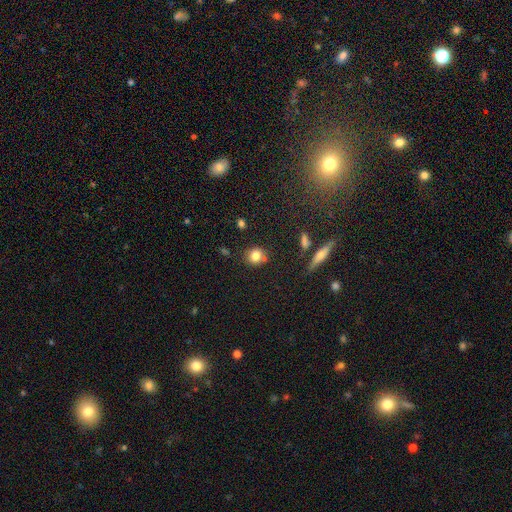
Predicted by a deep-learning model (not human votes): Overall: smooth (80%). How rounded: round (81%). Merging: none (72%).